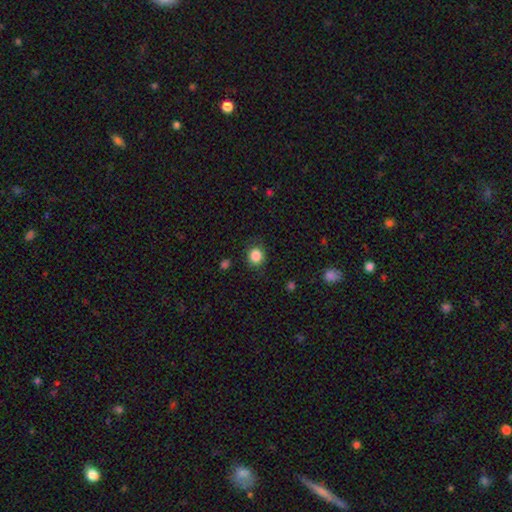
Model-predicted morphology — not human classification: smooth 85%, star or artifact 10%, featured or disk 4%. Down the decision tree: how rounded — round (84%); merging — none (86%).